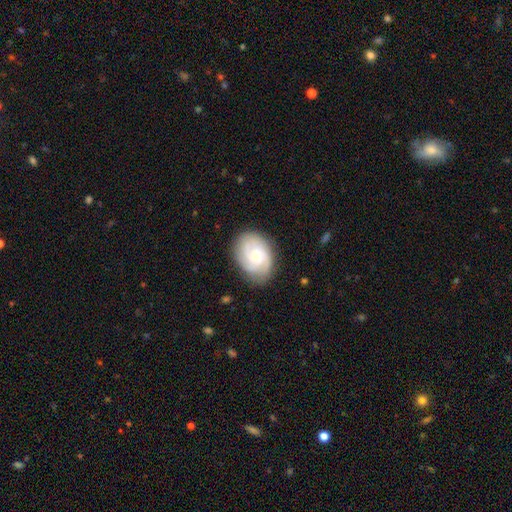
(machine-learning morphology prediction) smooth-or-featured: featured or disk: 70% | smooth: 24% | star or artifact: 6%
  disk-edge-on: no: 98% | yes: 2%
    bar: no: 65% | weak: 32% | strong: 4%
    has-spiral-arms: yes: 94% | no: 6%
      spiral-winding: tight: 52% | medium: 38% | loose: 9%
      spiral-arm-count: 3: 38% | 2: 27% | can't tell: 21% | 4: 6% | 1: 4% | more than 4: 4%
    bulge-size: small: 51% | moderate: 34% | none: 8% | large: 6% | dominant: 2%
  merging: none: 78% | minor disturbance: 16% | major disturbance: 5% | merger: 1%